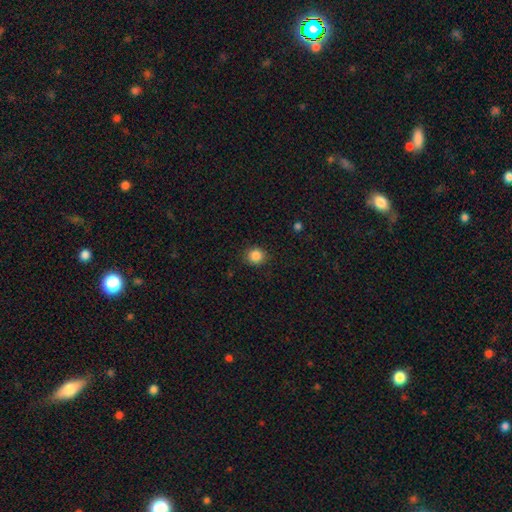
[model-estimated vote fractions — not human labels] smooth-or-featured: smooth: 86% | star or artifact: 11% | featured or disk: 4%
  how-rounded: round: 89% | in between: 10% | cigar-shaped: 1%
  merging: none: 89% | minor disturbance: 8% | major disturbance: 2% | merger: 1%